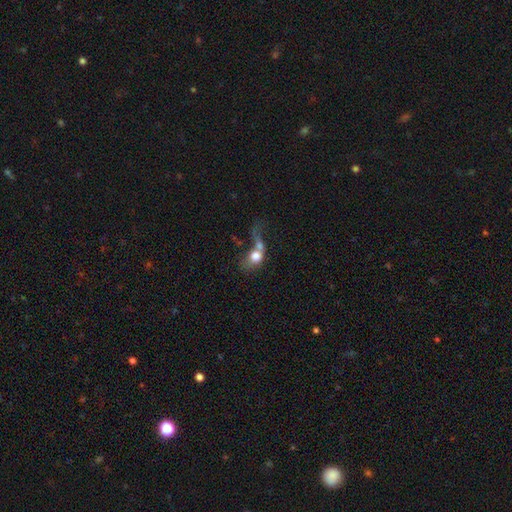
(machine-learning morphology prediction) This is likely a smooth galaxy (65%). How rounded: possibly round (49%). Merging: possibly merger (54%).